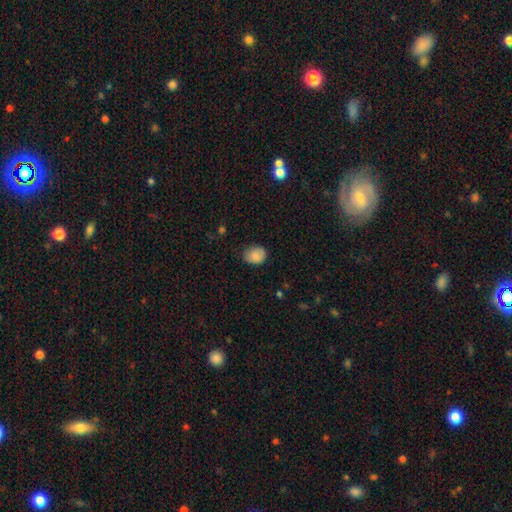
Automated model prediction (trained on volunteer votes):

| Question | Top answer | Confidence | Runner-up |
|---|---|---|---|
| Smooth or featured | smooth | 86% | star or artifact (8%) |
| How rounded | in between | 52% | round (47%) |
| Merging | none | 74% | minor disturbance (21%) |